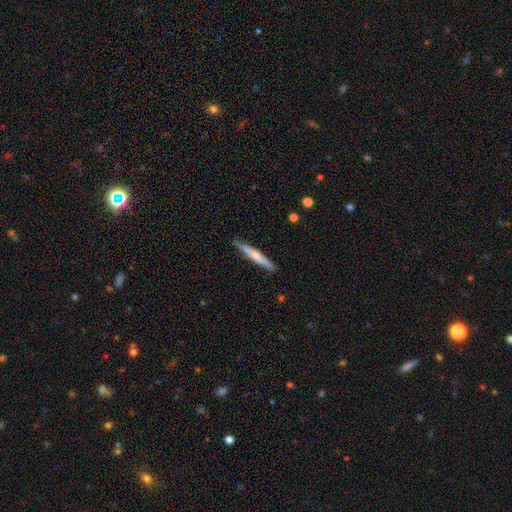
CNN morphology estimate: A smooth galaxy with no disk features (53%) that is cigar-shaped (95%). Merging: none (89%).